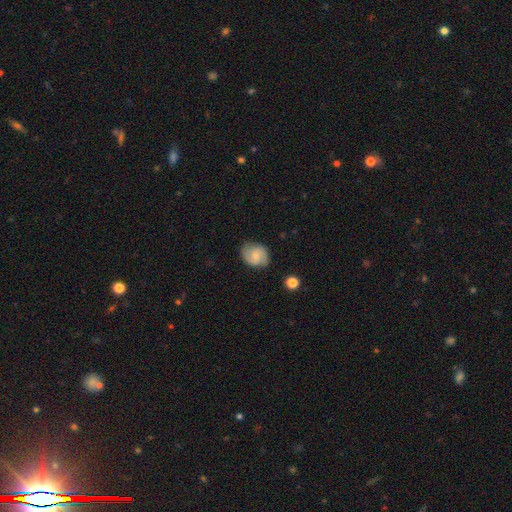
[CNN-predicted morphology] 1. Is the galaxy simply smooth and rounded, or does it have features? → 48% featured or disk, 44% smooth, 8% star or artifact.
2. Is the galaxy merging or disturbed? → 76% none, 18% minor disturbance, 4% major disturbance, 2% merger.